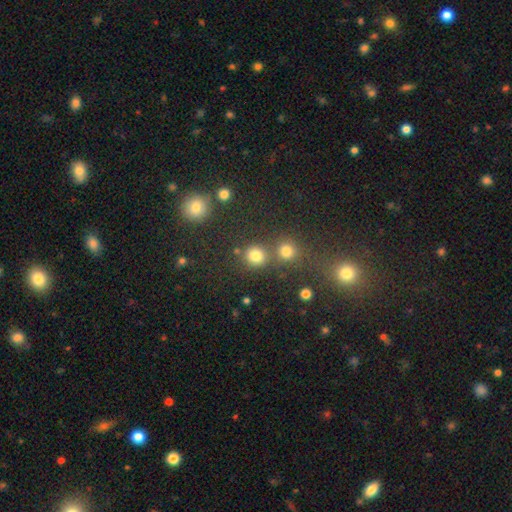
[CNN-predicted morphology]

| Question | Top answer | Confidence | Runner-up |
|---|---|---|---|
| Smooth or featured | smooth | 78% | star or artifact (16%) |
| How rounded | round | 88% | in between (11%) |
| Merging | none | 66% | merger (23%) |